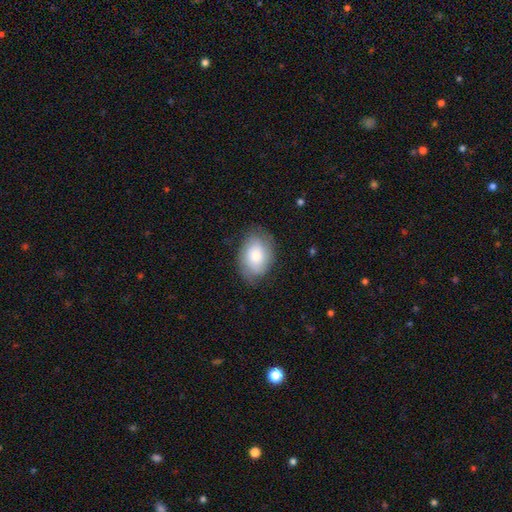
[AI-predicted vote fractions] Overall: smooth (62%; featured or disk 31%). How rounded: in between (80%). Merging: none (75%).